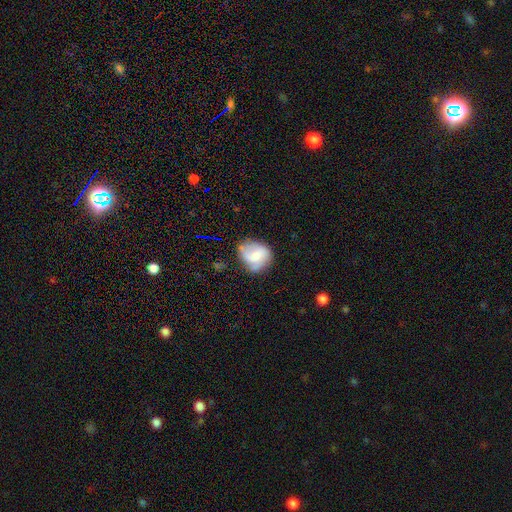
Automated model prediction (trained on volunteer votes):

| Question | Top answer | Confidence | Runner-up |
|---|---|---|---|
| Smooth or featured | featured or disk | 47% | smooth (45%) |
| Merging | none | 53% | minor disturbance (29%) |